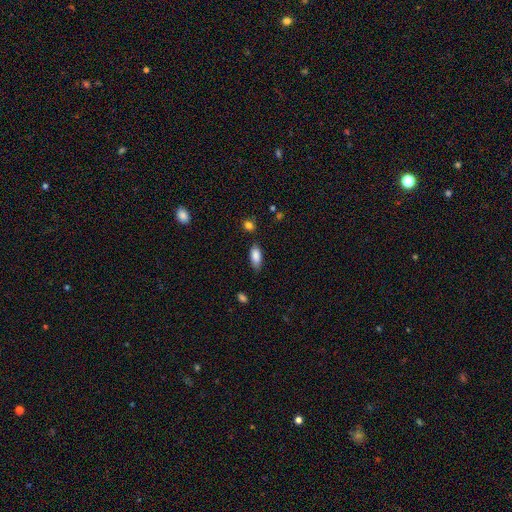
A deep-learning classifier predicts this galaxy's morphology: A smooth galaxy with no disk features (86%) that is in between round and cigar-shaped (83%).

Vote fractions:
- Smooth or featured? smooth: 86% / star or artifact: 7% / featured or disk: 7%
- How rounded? in between: 83% / cigar-shaped: 14% / round: 2%
- Merging? none: 71% / minor disturbance: 22% / major disturbance: 4% / merger: 2%